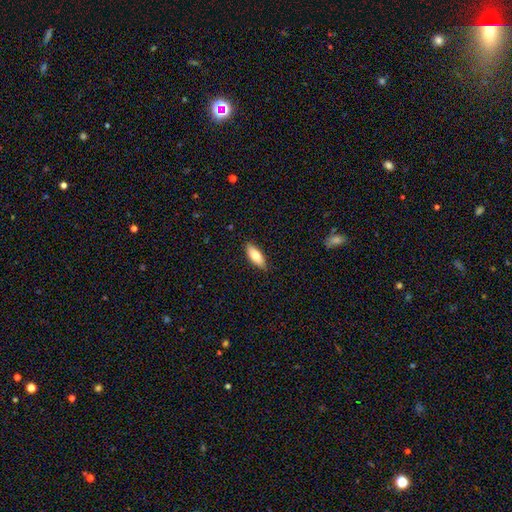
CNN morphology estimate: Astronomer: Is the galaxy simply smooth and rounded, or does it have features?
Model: smooth — 76%.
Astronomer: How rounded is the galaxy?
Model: in between — 77%.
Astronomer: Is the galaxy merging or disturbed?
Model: none — 88%.